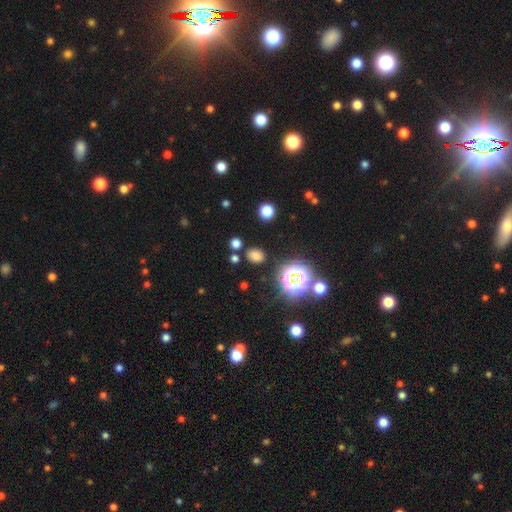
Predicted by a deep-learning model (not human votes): Morphology: type=smooth (67%); roundness=in between (50%); merging=none (84%).